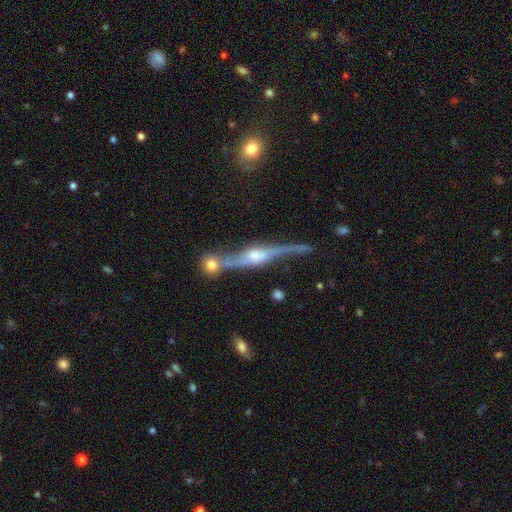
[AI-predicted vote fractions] Smooth or featured?
  - featured or disk: 85% *
  - smooth: 9%
  - star or artifact: 6%
Edge-on disk?
  - yes: 88% *
  - no: 12%
Edge-on bulge?
  - rounded: 79% *
  - boxy: 15%
  - none: 6%
Merging?
  - none: 61% *
  - minor disturbance: 18%
  - merger: 14%
  - major disturbance: 7%